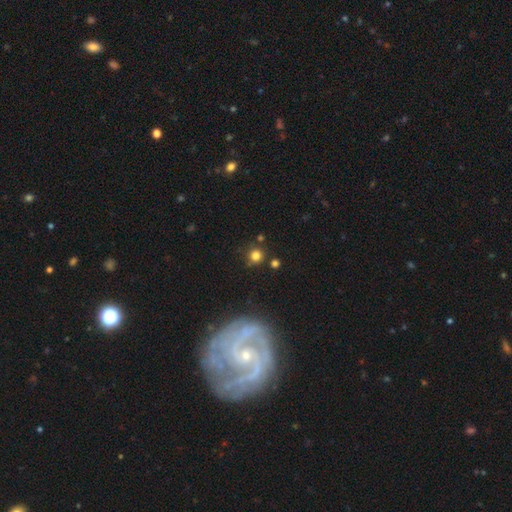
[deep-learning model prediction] smooth-or-featured: smooth: 78% | star or artifact: 16% | featured or disk: 6%
  how-rounded: round: 91% | in between: 8% | cigar-shaped: 1%
  merging: none: 81% | minor disturbance: 10% | merger: 6% | major disturbance: 3%